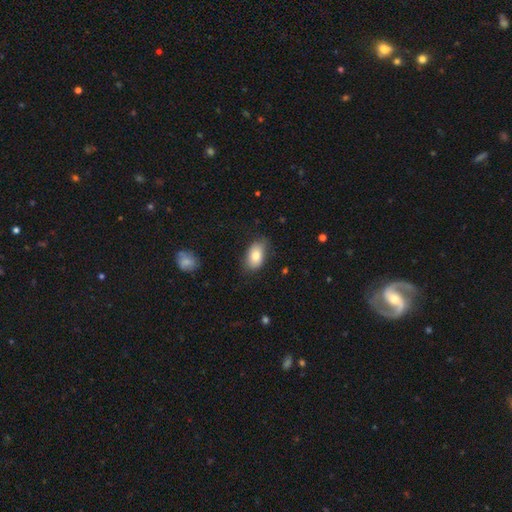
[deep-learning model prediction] Smooth or featured? Predicted: smooth (p=0.80). How rounded? Predicted: in between (p=0.90). Merging? Predicted: none (p=0.76).